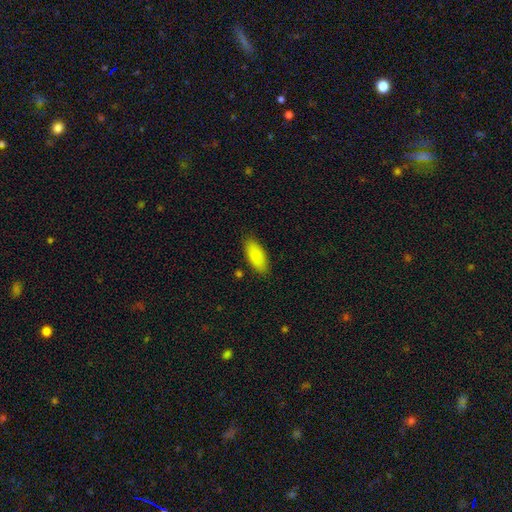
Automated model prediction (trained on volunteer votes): smooth 84%, featured or disk 10%, star or artifact 6%. Down the decision tree: how rounded — in between (84%); merging — none (85%).